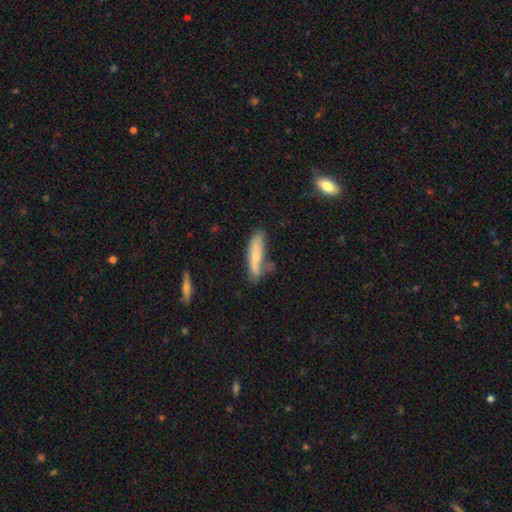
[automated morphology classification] smooth 56%, featured or disk 37%, star or artifact 7%. Down the decision tree: how rounded — cigar-shaped (71%); merging — none (50%).